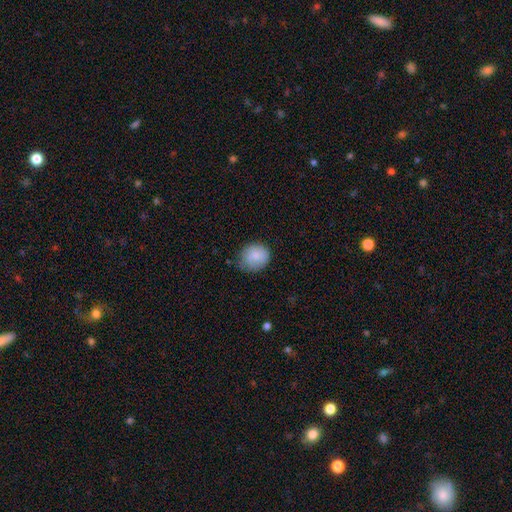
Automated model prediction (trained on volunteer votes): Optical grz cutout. It shows a smooth galaxy with no disk features (85%) that is round (74%). Merging: none (69%).